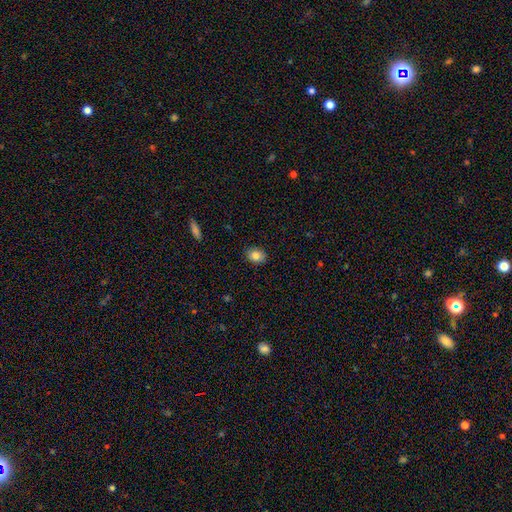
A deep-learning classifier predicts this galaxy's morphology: The model was most divided on "how rounded": in between: 60%, round: 39%, cigar-shaped: 1%. More confident: merging — none (87%); smooth or featured — smooth (83%).